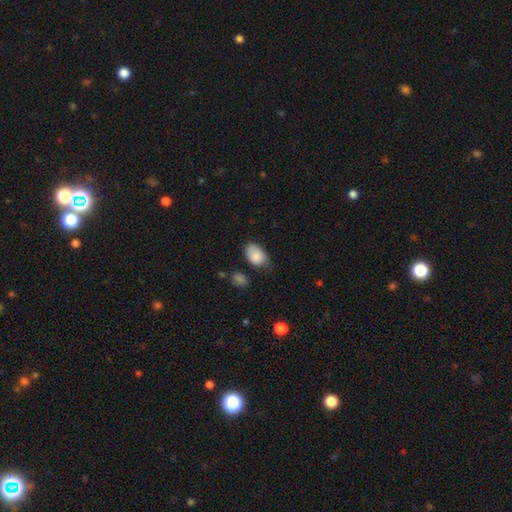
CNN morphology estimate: Smooth or featured? smooth (86%)
How rounded? in between (89%)
Merging? none (61%)